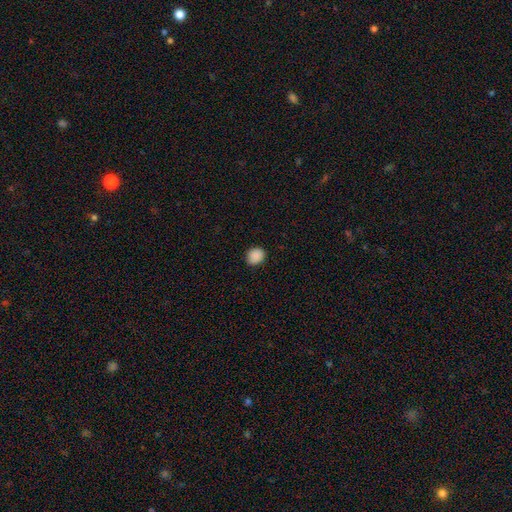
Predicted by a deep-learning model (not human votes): Overall: smooth (89%). How rounded: round (69%; in between 30%). Merging: none (86%).